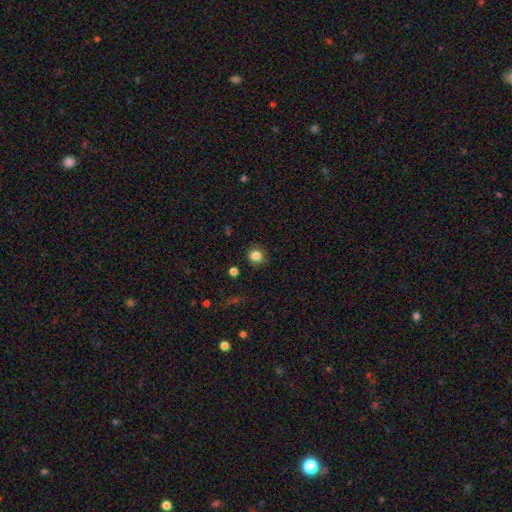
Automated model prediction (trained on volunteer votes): smooth 83%, star or artifact 11%, featured or disk 5%. Down the decision tree: how rounded — round (88%); merging — none (87%).